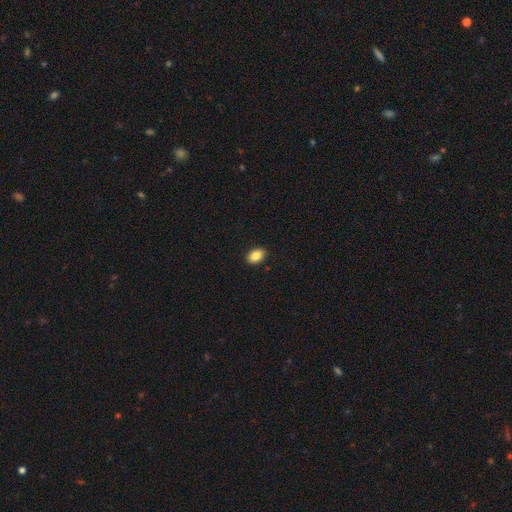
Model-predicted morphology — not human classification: Overall: smooth (87%). How rounded: in between (83%). Merging: none (91%).